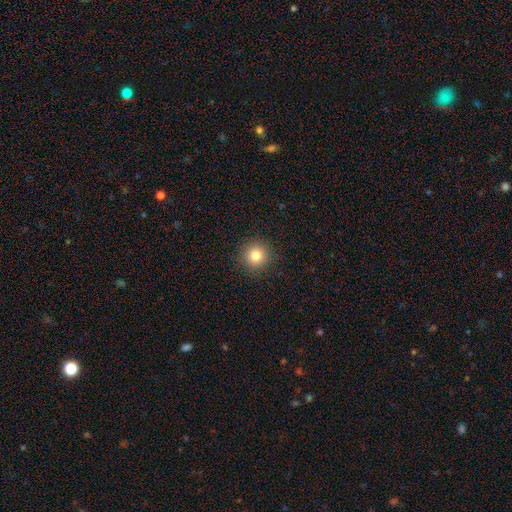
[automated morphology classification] Overall: smooth (82%). How rounded: round (95%). Merging: none (92%).